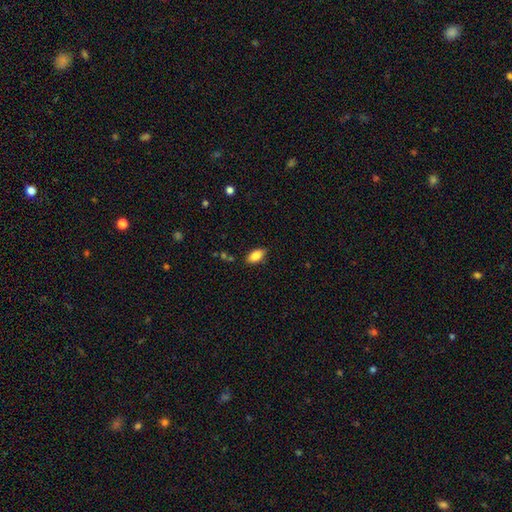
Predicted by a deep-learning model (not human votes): Smooth or featured?
  - smooth: 85% *
  - star or artifact: 7%
  - featured or disk: 7%
How rounded?
  - in between: 91% *
  - cigar-shaped: 5%
  - round: 3%
Merging?
  - none: 84% *
  - minor disturbance: 12%
  - major disturbance: 3%
  - merger: 2%